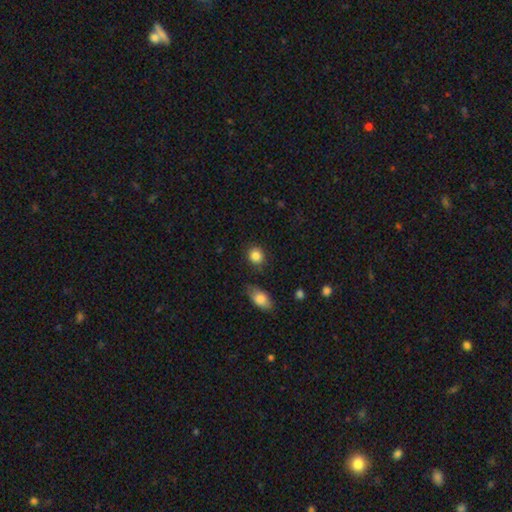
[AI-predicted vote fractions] This is clearly a smooth galaxy (86%). How rounded: likely round (79%). Merging: clearly none (84%).